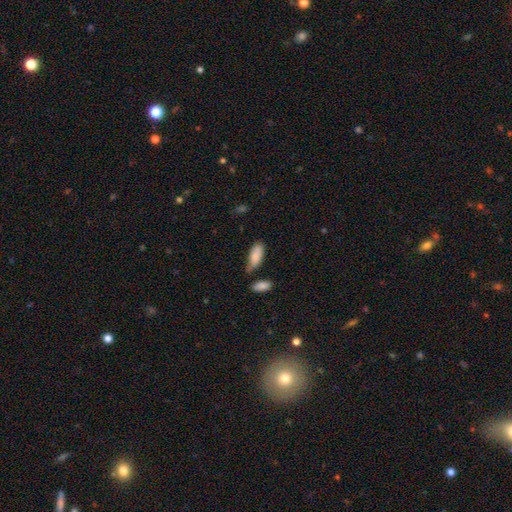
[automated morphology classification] smooth 87%, featured or disk 7%, star or artifact 6%. Down the decision tree: how rounded — in between (79%); merging — none (53%).